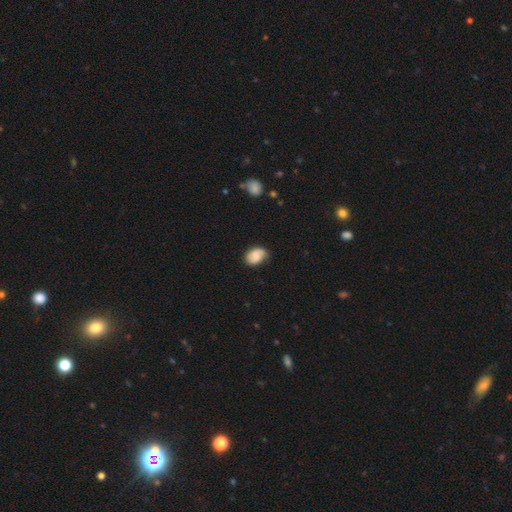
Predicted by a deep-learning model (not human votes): smooth 68%, featured or disk 25%, star or artifact 8%. Down the decision tree: how rounded — in between (77%); merging — none (66%).